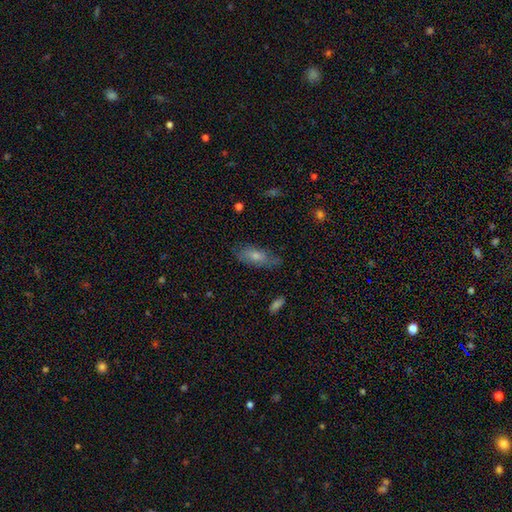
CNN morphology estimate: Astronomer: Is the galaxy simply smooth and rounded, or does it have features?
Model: smooth — 48% (runner-up: featured or disk, 36%).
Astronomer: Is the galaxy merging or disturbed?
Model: none — 74%.